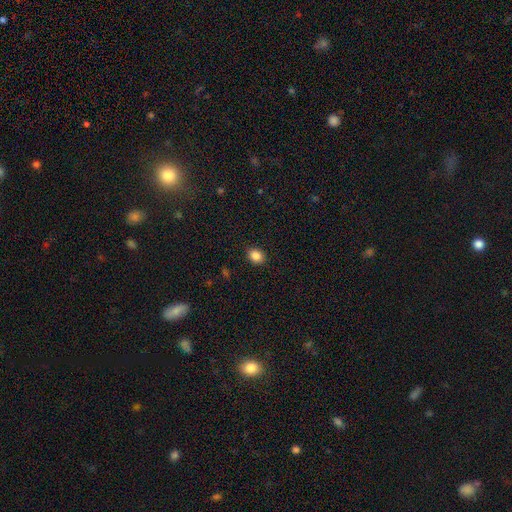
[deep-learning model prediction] This appears to be a smooth galaxy with no disk features (86%) that is in between round and cigar-shaped (58%). Merging: none (89%).